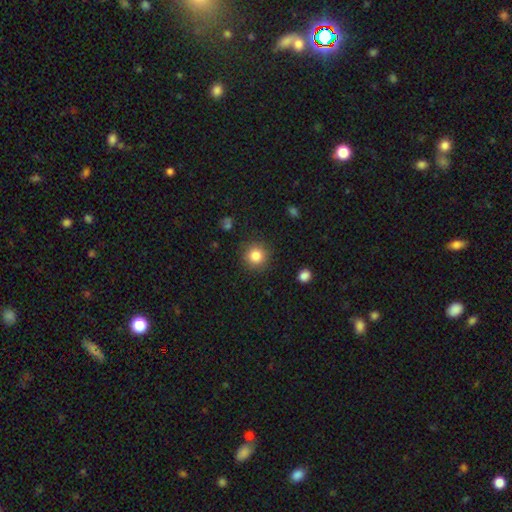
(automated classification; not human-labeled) smooth_or_featured: smooth (p=0.83) [alt: star or artifact p=0.11]
how_rounded: round (p=0.94) [alt: in between p=0.05]
merging: none (p=0.89) [alt: minor disturbance p=0.07]